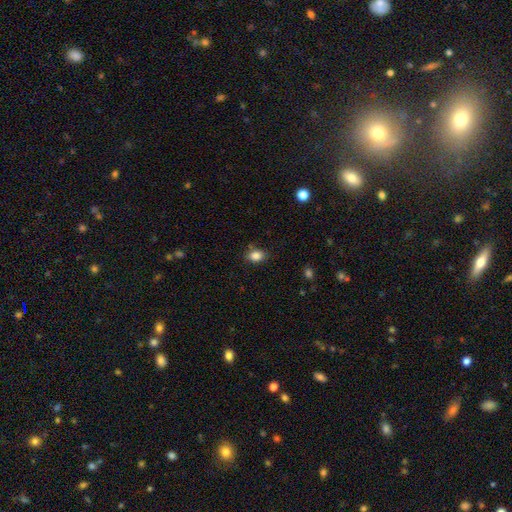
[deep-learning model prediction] Morphology: type=smooth (85%); roundness=in between (72%); merging=none (78%).